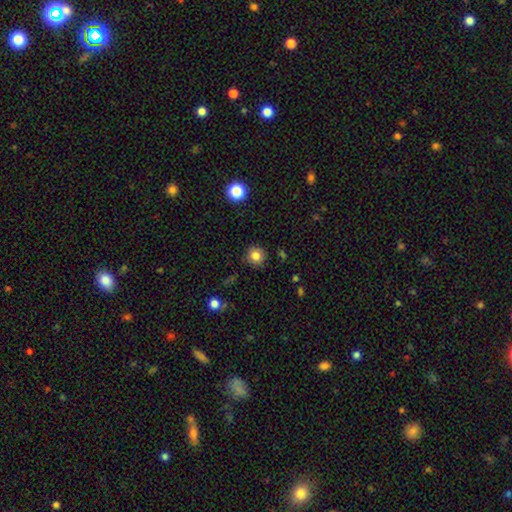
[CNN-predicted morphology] smooth_or_featured: smooth (p=0.82) [alt: star or artifact p=0.12]
how_rounded: round (p=0.92) [alt: in between p=0.07]
merging: none (p=0.89) [alt: minor disturbance p=0.08]